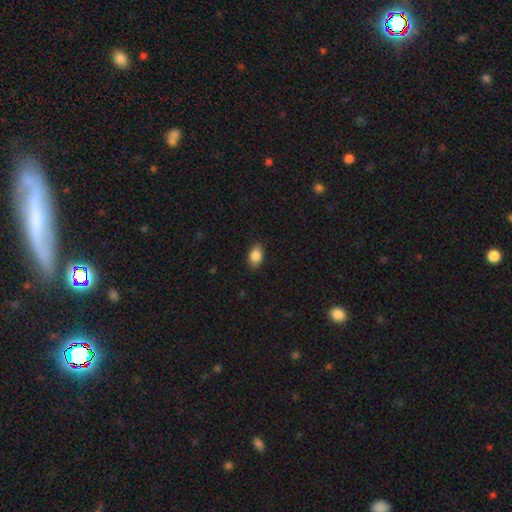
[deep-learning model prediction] Smooth or featured? smooth (86%)
How rounded? in between (87%)
Merging? none (86%)